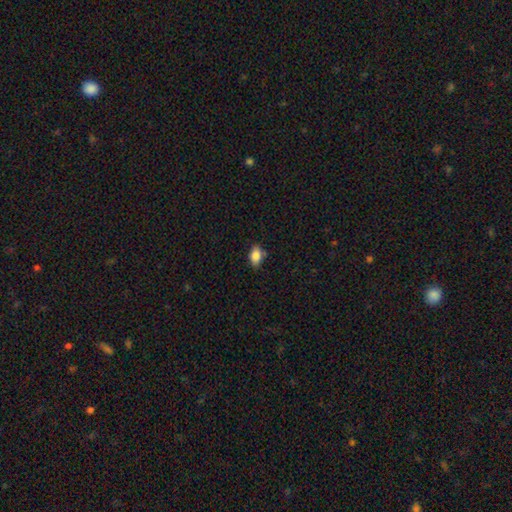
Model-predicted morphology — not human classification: A smooth galaxy with no disk features (85%) that is in between round and cigar-shaped (86%). Merging: none (76%).